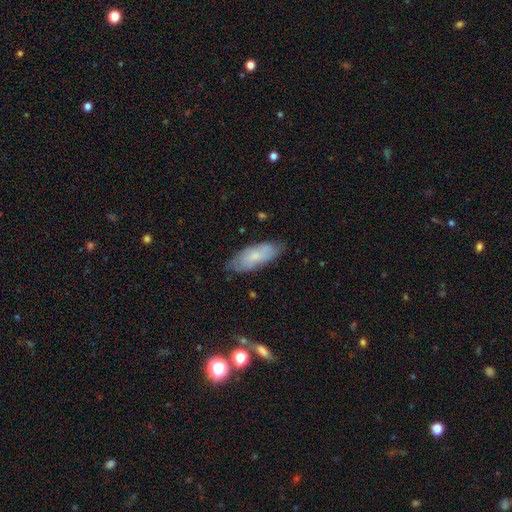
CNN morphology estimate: Overall: smooth (65%; featured or disk 28%). How rounded: in between (74%). Merging: none (75%).